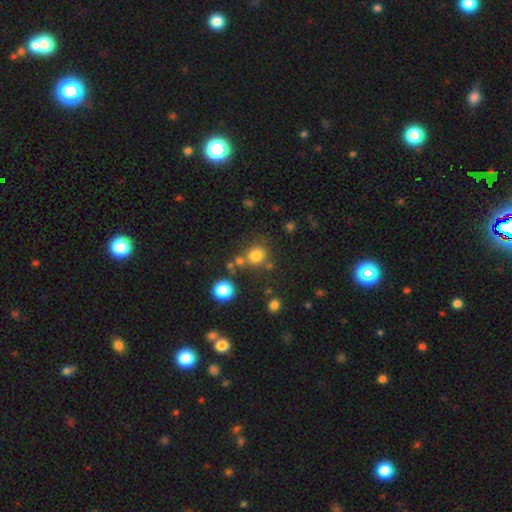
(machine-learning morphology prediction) Overall: smooth (78%). How rounded: round (84%). Merging: none (70%).